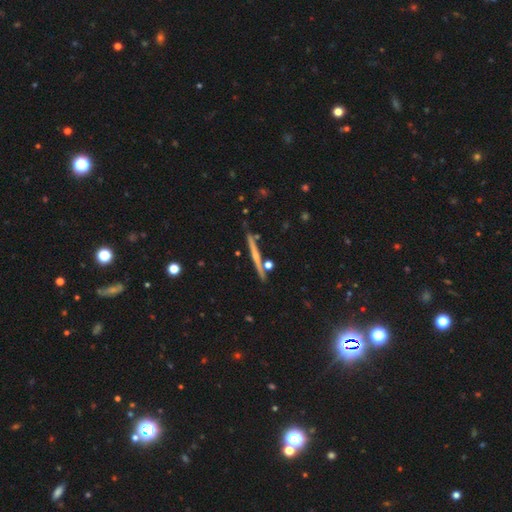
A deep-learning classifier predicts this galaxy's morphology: Smooth or featured? Predicted: featured or disk (p=0.67). Edge-on disk? Predicted: yes (p=0.98). Edge-on bulge? Predicted: rounded (p=0.57). Merging? Predicted: none (p=0.86).